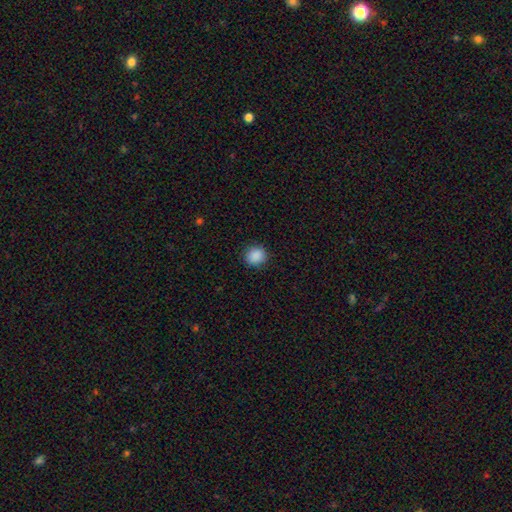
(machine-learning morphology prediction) A smooth galaxy with no disk features (89%) that is round (84%).

Vote fractions:
- Smooth or featured? smooth: 89% / star or artifact: 9% / featured or disk: 2%
- How rounded? round: 84% / in between: 15% / cigar-shaped: 1%
- Merging? none: 89% / minor disturbance: 7% / major disturbance: 2% / merger: 1%